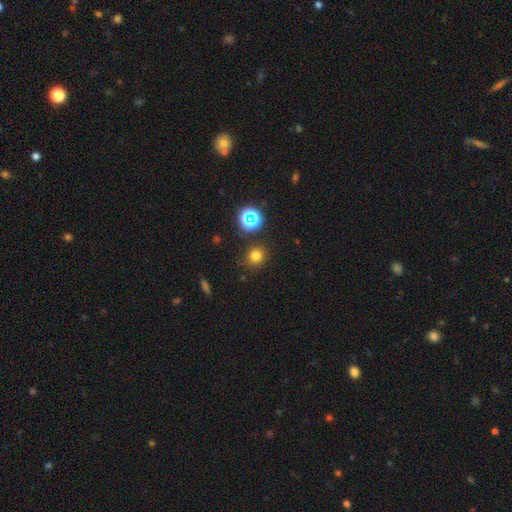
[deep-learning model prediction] Q: Smooth or featured?
A: smooth (75%); runner-up: star or artifact (20%)
Q: How rounded?
A: round (89%); runner-up: in between (10%)
Q: Merging?
A: none (84%); runner-up: minor disturbance (10%)